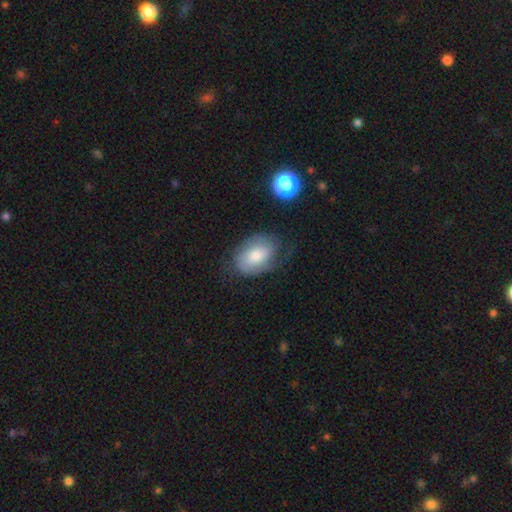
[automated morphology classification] smooth 49%, featured or disk 42%, star or artifact 8%. Down the decision tree: merging — none (57%).